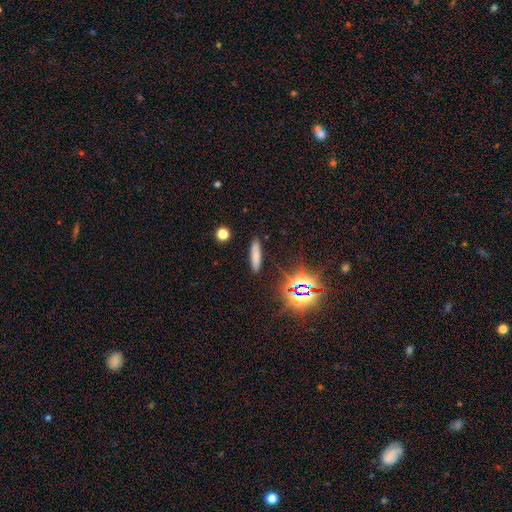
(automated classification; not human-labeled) Q: Smooth or featured?
A: smooth (71%); runner-up: star or artifact (18%)
Q: How rounded?
A: cigar-shaped (79%); runner-up: in between (18%)
Q: Merging?
A: none (88%); runner-up: minor disturbance (8%)